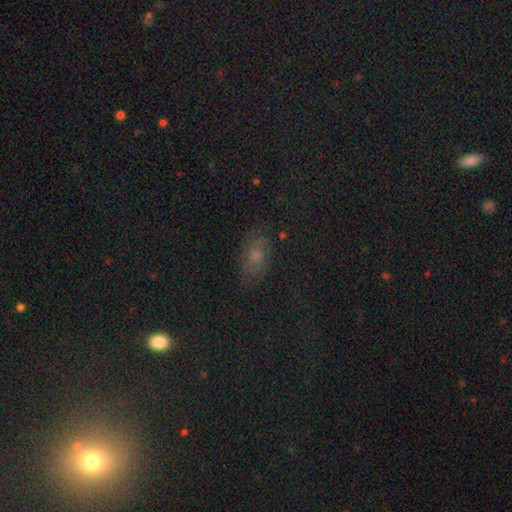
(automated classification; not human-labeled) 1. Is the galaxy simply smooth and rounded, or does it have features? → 50% smooth, 29% star or artifact, 22% featured or disk.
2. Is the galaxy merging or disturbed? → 75% none, 17% minor disturbance, 6% major disturbance, 2% merger.